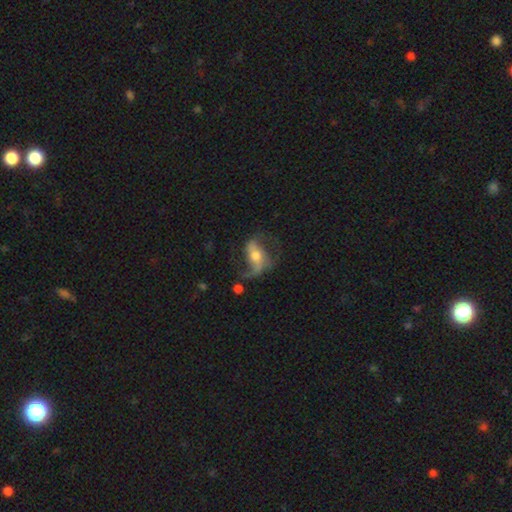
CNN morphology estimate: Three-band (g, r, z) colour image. It shows a featured or disk galaxy (75%) with a weak bar (36%), 2 (79%) loose (64%) spiral arms (87%) and a moderate central bulge (65%). Merging: none (48%).